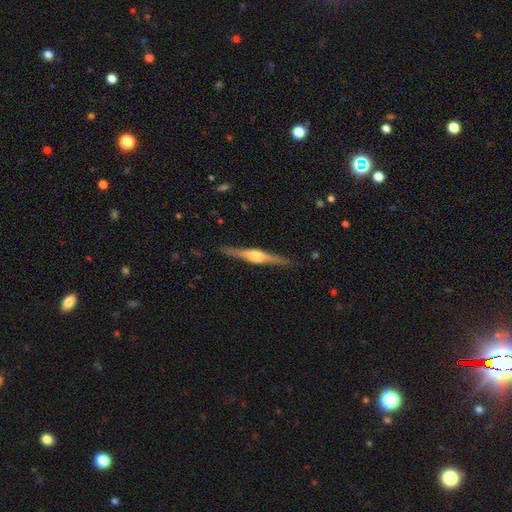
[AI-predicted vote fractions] Smooth or featured?
  - featured or disk: 76% *
  - smooth: 18%
  - star or artifact: 5%
Edge-on disk?
  - yes: 98% *
  - no: 2%
Edge-on bulge?
  - rounded: 85% *
  - boxy: 11%
  - none: 4%
Merging?
  - none: 89% *
  - minor disturbance: 8%
  - major disturbance: 2%
  - merger: 1%